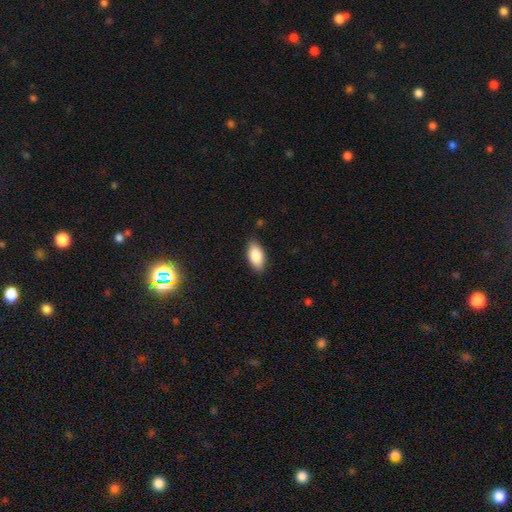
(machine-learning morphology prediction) Q: Smooth or featured?
A: smooth (86%); runner-up: featured or disk (8%)
Q: How rounded?
A: in between (91%); runner-up: cigar-shaped (6%)
Q: Merging?
A: none (84%); runner-up: minor disturbance (12%)